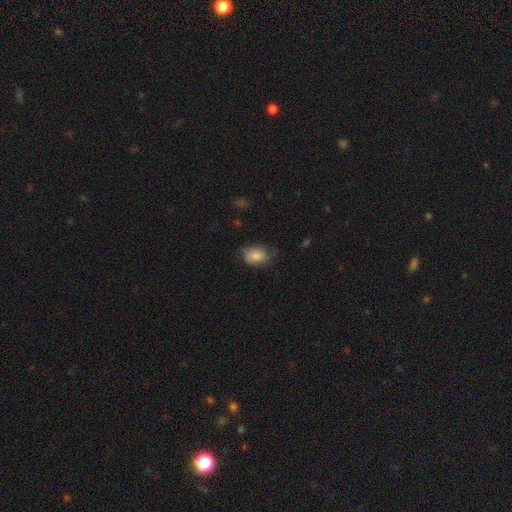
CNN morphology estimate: smooth_or_featured: smooth (p=0.80) [alt: featured or disk p=0.12]
how_rounded: in between (p=0.79) [alt: round p=0.19]
merging: none (p=0.57) [alt: minor disturbance p=0.32]